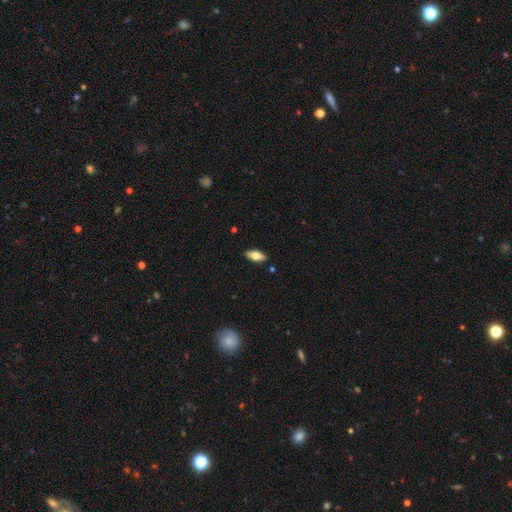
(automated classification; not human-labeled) Smooth or featured? smooth (61%)
How rounded? in between (79%)
Merging? none (89%)